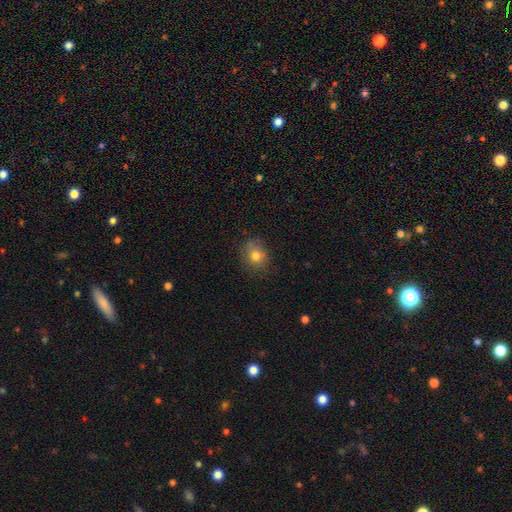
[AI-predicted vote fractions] A smooth galaxy with no disk features (77%) that is round (66%).

Vote fractions:
- Smooth or featured? smooth: 77% / star or artifact: 11% / featured or disk: 11%
- How rounded? round: 66% / in between: 33% / cigar-shaped: 1%
- Merging? none: 75% / minor disturbance: 18% / major disturbance: 4% / merger: 2%